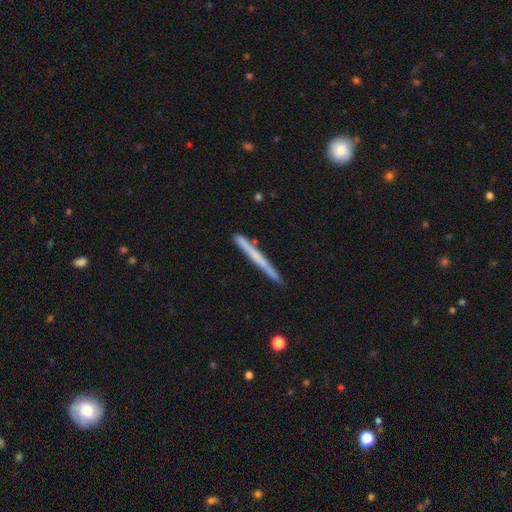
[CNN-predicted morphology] Smooth or featured: smooth — 48% (featured or disk — 46%)
Merging: none — 88% (minor disturbance — 9%)